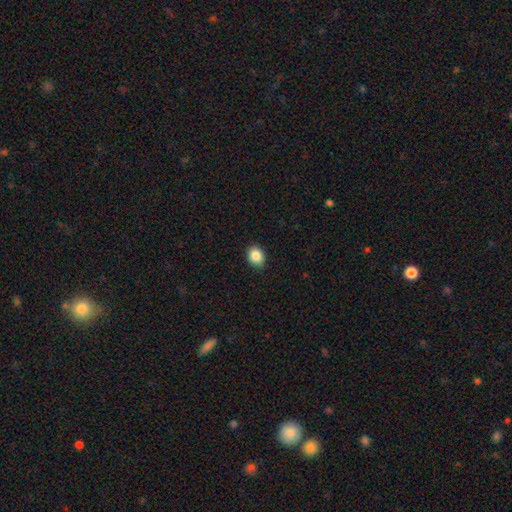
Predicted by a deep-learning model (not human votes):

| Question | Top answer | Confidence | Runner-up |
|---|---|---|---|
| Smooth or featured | smooth | 87% | star or artifact (9%) |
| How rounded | in between | 54% | round (45%) |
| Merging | none | 89% | minor disturbance (8%) |